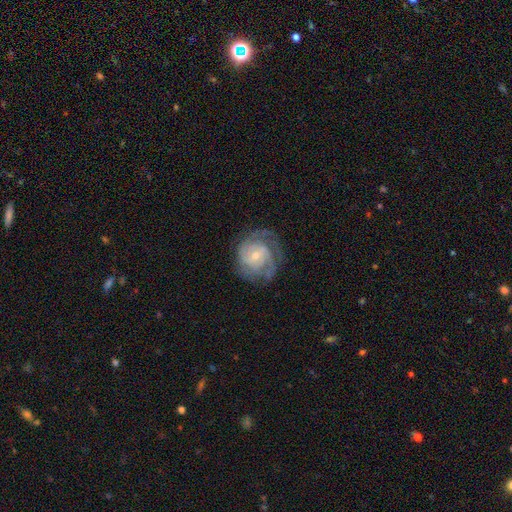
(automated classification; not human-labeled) Smooth or featured? Predicted: featured or disk (p=0.84). Edge-on disk? Predicted: no (p=0.98). Bar? Predicted: no (p=0.50). Spiral arms? Predicted: yes (p=0.95). Spiral winding? Predicted: tight (p=0.60). Spiral arm count? Predicted: can't tell (p=0.27, tied with 3). Bulge size? Predicted: small (p=0.65). Merging? Predicted: none (p=0.69).